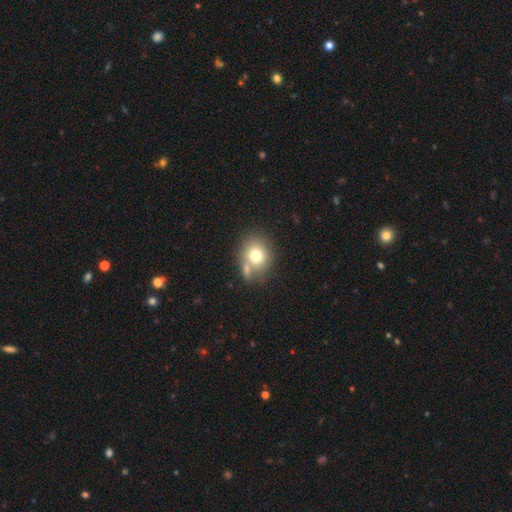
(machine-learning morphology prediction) Smooth or featured?
  - smooth: 74% *
  - featured or disk: 15%
  - star or artifact: 11%
How rounded?
  - round: 64% *
  - in between: 35%
  - cigar-shaped: 1%
Merging?
  - none: 56% *
  - merger: 25%
  - minor disturbance: 14%
  - major disturbance: 5%